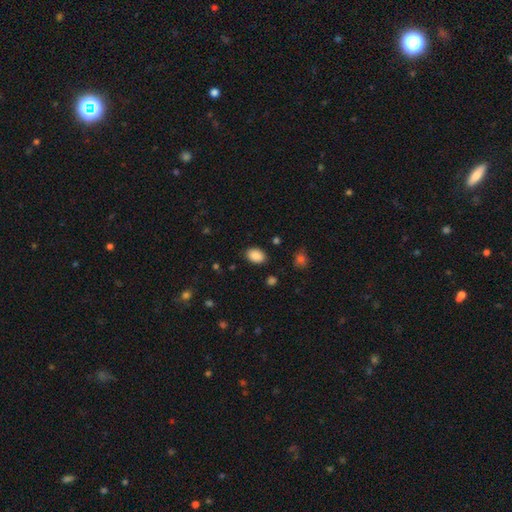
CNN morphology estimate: A smooth galaxy with no disk features (88%) that is in between round and cigar-shaped (77%).

Vote fractions:
- Smooth or featured? smooth: 88% / star or artifact: 9% / featured or disk: 3%
- How rounded? in between: 77% / round: 22% / cigar-shaped: 1%
- Merging? none: 86% / minor disturbance: 10% / major disturbance: 3% / merger: 1%